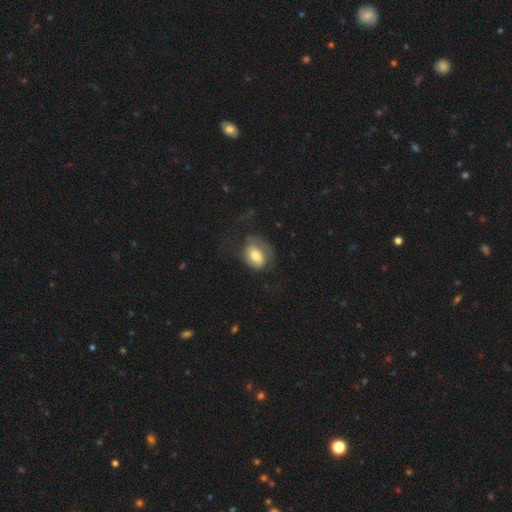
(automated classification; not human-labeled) Smooth or featured: smooth — 62% (featured or disk — 31%)
How rounded: in between — 72% (round — 27%)
Merging: none — 46% (major disturbance — 30%)